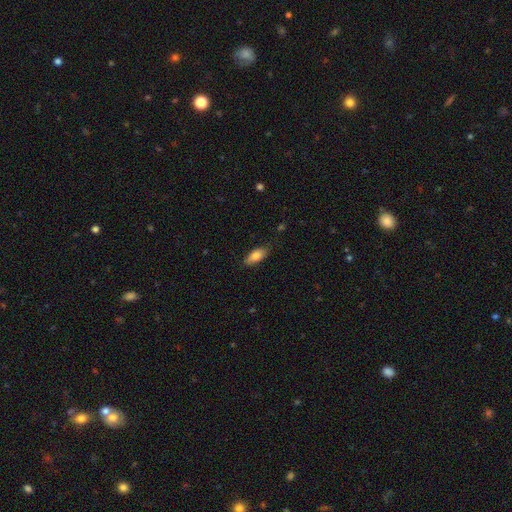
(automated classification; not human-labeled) smooth-or-featured: smooth: 80% | featured or disk: 13% | star or artifact: 7%
  how-rounded: in between: 80% | cigar-shaped: 18% | round: 3%
  merging: none: 79% | minor disturbance: 17% | major disturbance: 3% | merger: 1%